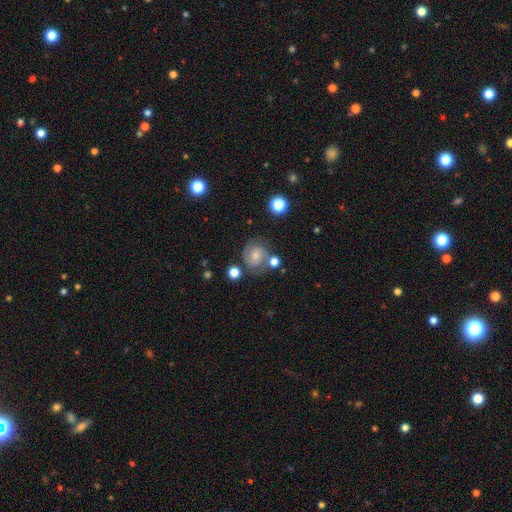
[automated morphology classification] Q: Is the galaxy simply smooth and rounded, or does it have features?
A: featured or disk — 53%.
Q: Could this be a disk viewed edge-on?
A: no — 98%.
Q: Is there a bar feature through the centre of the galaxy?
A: no — 69%.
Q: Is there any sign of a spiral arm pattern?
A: yes — 86%.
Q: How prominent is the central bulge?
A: small — 60%.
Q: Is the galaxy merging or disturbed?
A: none — 62%.